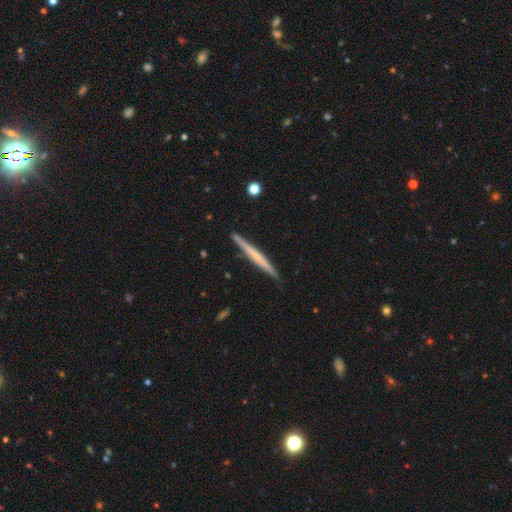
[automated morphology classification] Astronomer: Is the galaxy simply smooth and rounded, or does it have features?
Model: featured or disk — 53% (runner-up: smooth, 42%).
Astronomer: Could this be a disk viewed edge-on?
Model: yes — 98%.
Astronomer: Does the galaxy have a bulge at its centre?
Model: none — 77%.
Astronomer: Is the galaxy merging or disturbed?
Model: none — 90%.